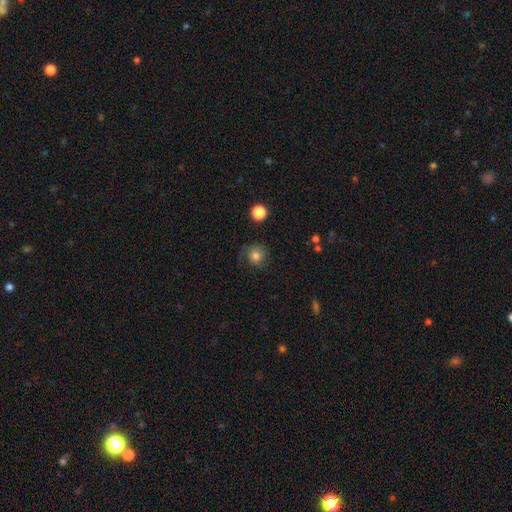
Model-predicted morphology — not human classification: This is likely a smooth galaxy (76%). How rounded: clearly round (88%). Merging: likely none (68%).